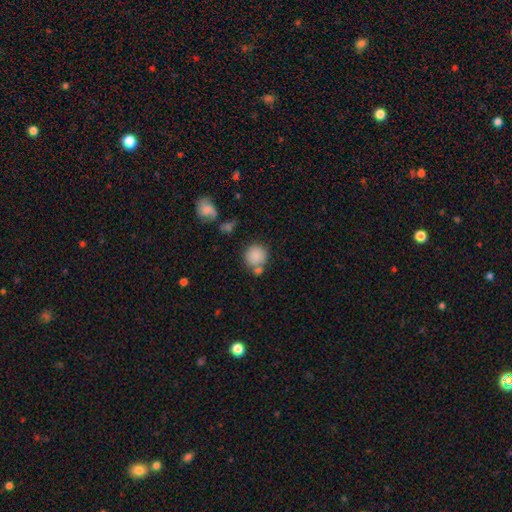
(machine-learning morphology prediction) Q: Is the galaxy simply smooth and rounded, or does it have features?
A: smooth — 86%.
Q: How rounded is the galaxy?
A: round — 89%.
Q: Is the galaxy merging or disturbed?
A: none — 64%.